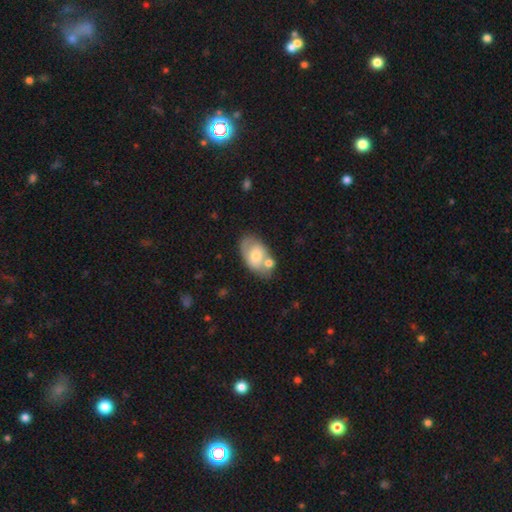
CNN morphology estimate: Smooth or featured? smooth (55%)
How rounded? in between (88%)
Merging? none (48%)